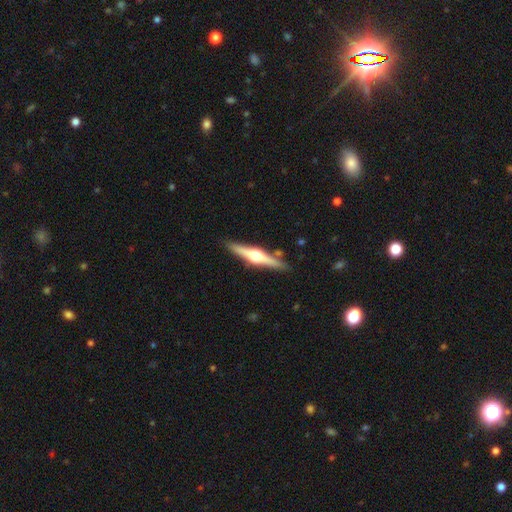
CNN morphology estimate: Overall: featured or disk (74%). Edge-on disk: yes (98%). Edge-on bulge: rounded (94%). Merging: none (86%).